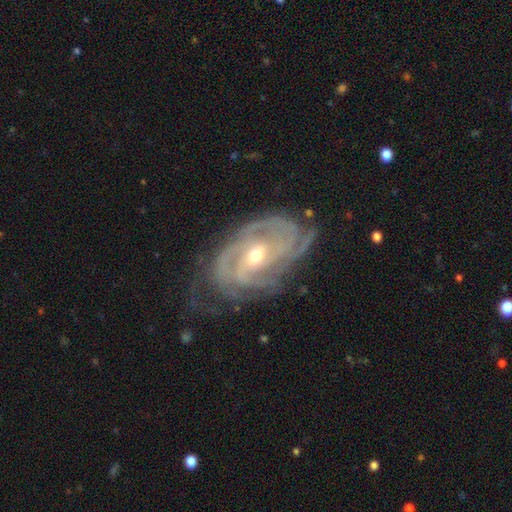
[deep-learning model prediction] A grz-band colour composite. It shows a featured or disk galaxy (90%) with no bar (43%), 3 (29%) tight (64%) spiral arms (97%) and a moderate central bulge (50%). Merging: none (65%).